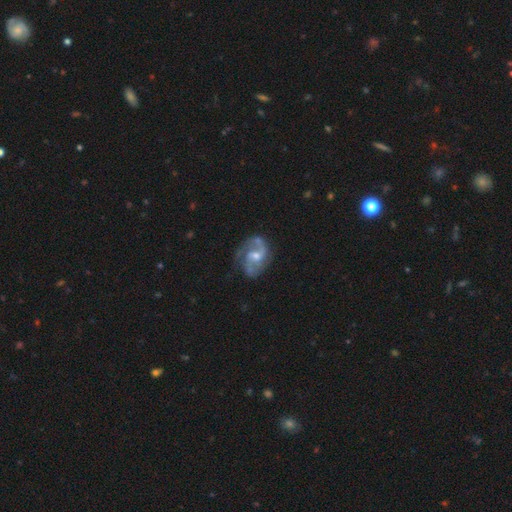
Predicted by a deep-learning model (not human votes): This appears to be a featured or disk galaxy (84%) with a weak bar (46%), 2 (73%) medium (51%) spiral arms (94%) and a moderate central bulge (54%). Merging: none (64%).